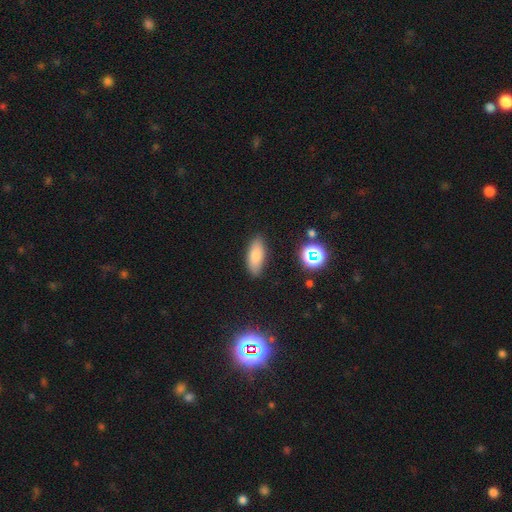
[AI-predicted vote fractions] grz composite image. It shows a smooth galaxy with no disk features (80%) that is in between round and cigar-shaped (78%). Merging: none (85%).